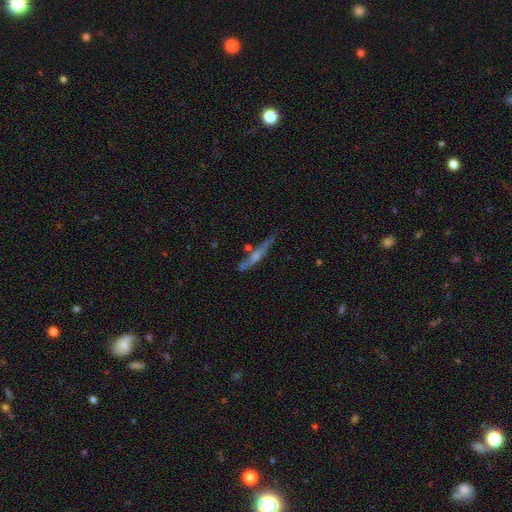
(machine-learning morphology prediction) smooth-or-featured: featured or disk: 63% | smooth: 29% | star or artifact: 8%
  disk-edge-on: yes: 94% | no: 6%
    edge-on-bulge: rounded: 67% | none: 26% | boxy: 7%
  merging: none: 71% | minor disturbance: 17% | merger: 7% | major disturbance: 5%